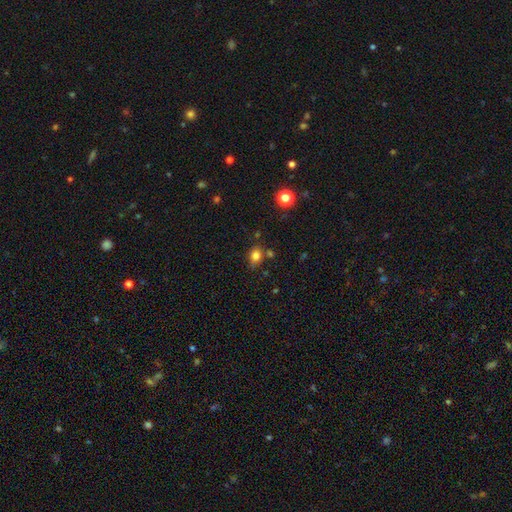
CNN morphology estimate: Smooth or featured: smooth — 80% (star or artifact — 13%)
How rounded: in between — 56% (round — 43%)
Merging: none — 69% (minor disturbance — 18%)